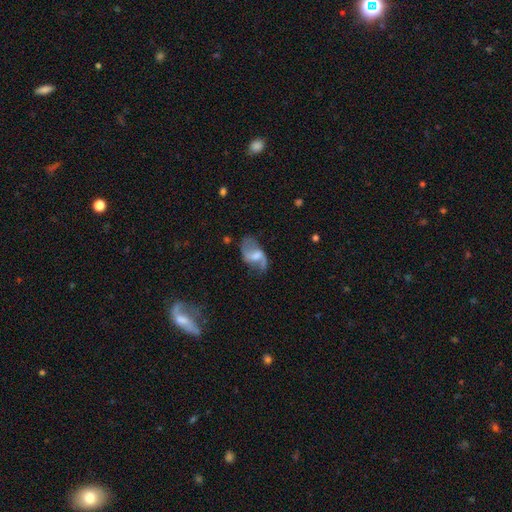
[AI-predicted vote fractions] Q: Smooth or featured?
A: featured or disk (76%); runner-up: smooth (17%)
Q: Edge-on disk?
A: no (97%); runner-up: yes (3%)
Q: Bar?
A: weak (53%); runner-up: strong (24%)
Q: Spiral arms?
A: yes (90%); runner-up: no (10%)
Q: Spiral winding?
A: loose (67%); runner-up: medium (27%)
Q: Spiral arm count?
A: 2 (87%); runner-up: 1 (5%)
Q: Bulge size?
A: moderate (39%); runner-up: small (34%)
Q: Merging?
A: none (62%); runner-up: minor disturbance (21%)